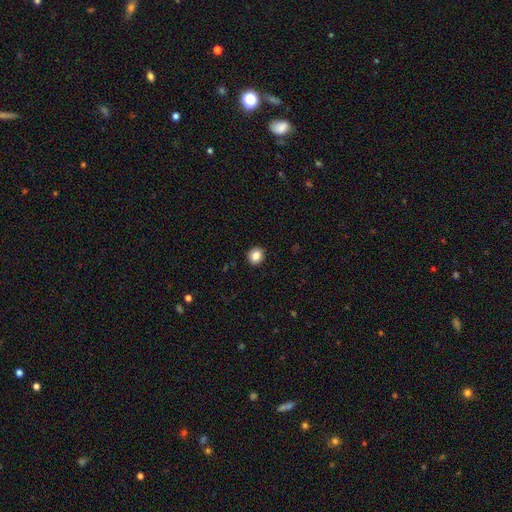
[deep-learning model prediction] Q: Smooth or featured?
A: smooth (84%); runner-up: star or artifact (10%)
Q: How rounded?
A: round (84%); runner-up: in between (15%)
Q: Merging?
A: none (92%); runner-up: minor disturbance (5%)